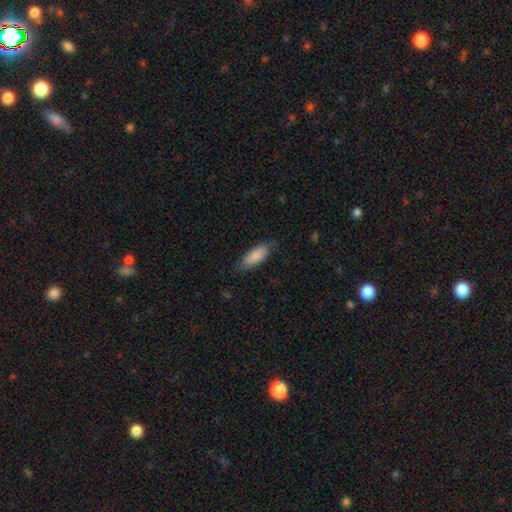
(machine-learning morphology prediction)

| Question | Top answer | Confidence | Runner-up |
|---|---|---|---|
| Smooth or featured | smooth | 84% | featured or disk (11%) |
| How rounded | in between | 77% | cigar-shaped (22%) |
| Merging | none | 72% | minor disturbance (22%) |